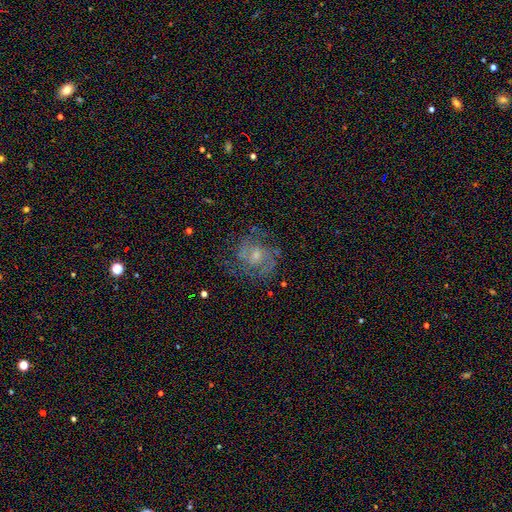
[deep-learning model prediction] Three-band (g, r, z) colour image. It shows a featured or disk galaxy (72%) with no bar (53%), 2 (63%) medium (51%) spiral arms (86%) and a small central bulge (54%). Merging: none (66%).